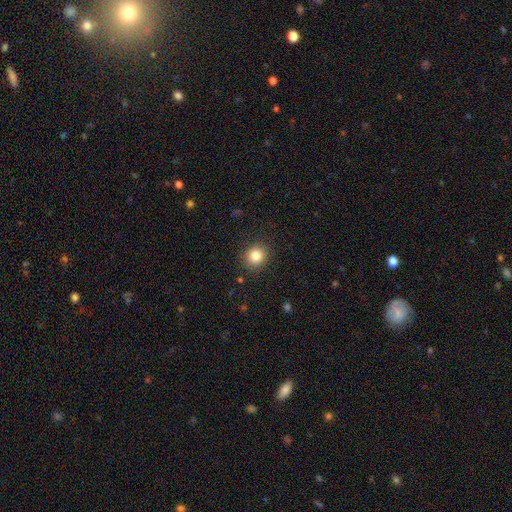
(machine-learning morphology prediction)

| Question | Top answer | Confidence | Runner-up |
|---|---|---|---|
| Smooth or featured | smooth | 83% | star or artifact (11%) |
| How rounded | round | 86% | in between (13%) |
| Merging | none | 89% | minor disturbance (7%) |